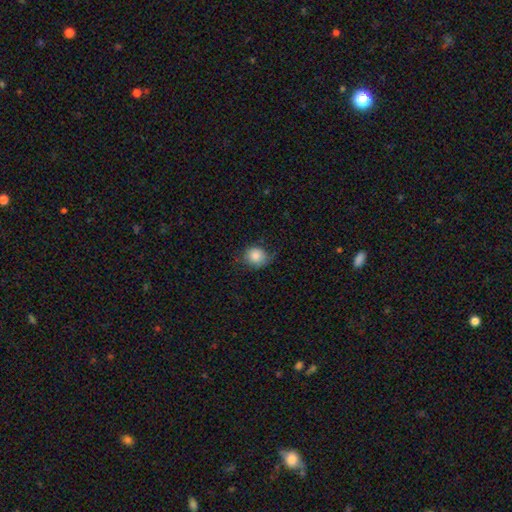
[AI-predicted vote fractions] smooth 83%, star or artifact 8%, featured or disk 8%. Down the decision tree: how rounded — round (73%); merging — none (61%).